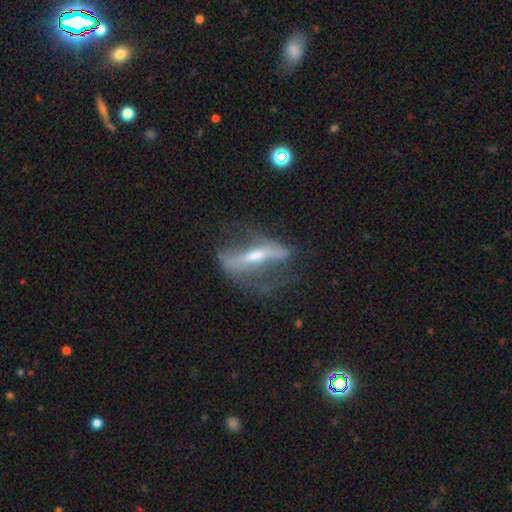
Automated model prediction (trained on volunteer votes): Smooth or featured? Predicted: featured or disk (p=0.73). Edge-on disk? Predicted: no (p=0.59). Merging? Predicted: none (p=0.46).